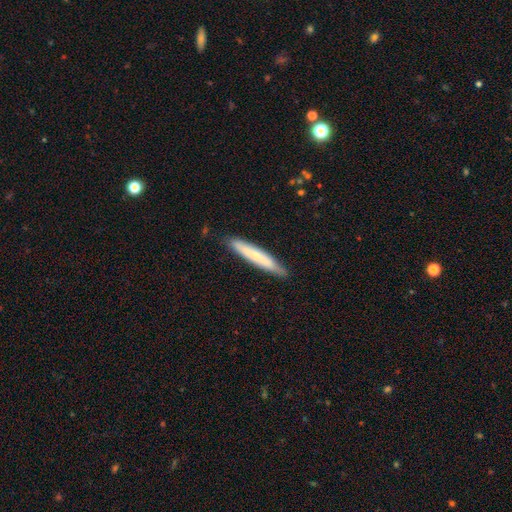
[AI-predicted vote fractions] The model was most divided on "smooth or featured": smooth: 69%, featured or disk: 25%, star or artifact: 6%. More confident: how rounded — cigar-shaped (94%); merging — none (85%).